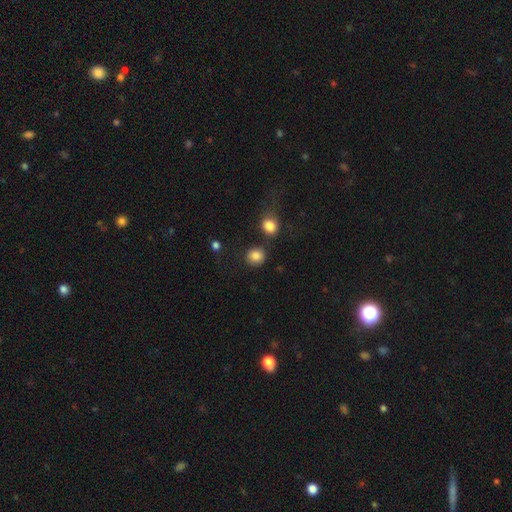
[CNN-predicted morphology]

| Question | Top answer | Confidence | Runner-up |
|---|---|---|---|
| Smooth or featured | smooth | 85% | star or artifact (10%) |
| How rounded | round | 85% | in between (14%) |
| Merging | none | 79% | minor disturbance (9%) |